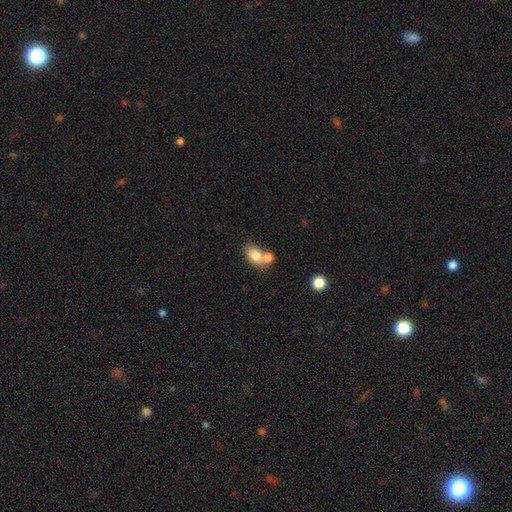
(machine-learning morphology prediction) Smooth or featured? Predicted: smooth (p=0.78). How rounded? Predicted: in between (p=0.79). Merging? Predicted: merger (p=0.44).